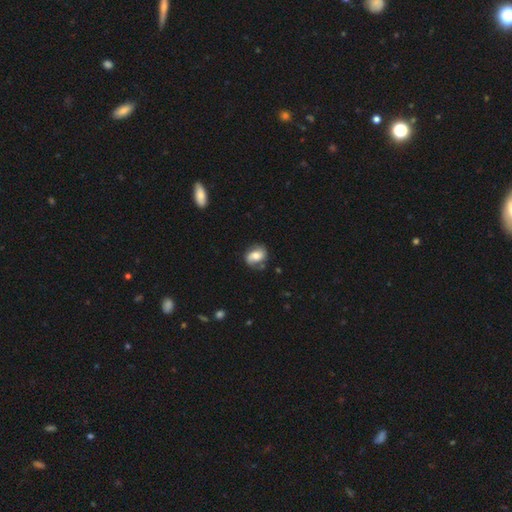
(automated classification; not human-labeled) Smooth or featured? Predicted: smooth (p=0.49). Merging? Predicted: none (p=0.71).